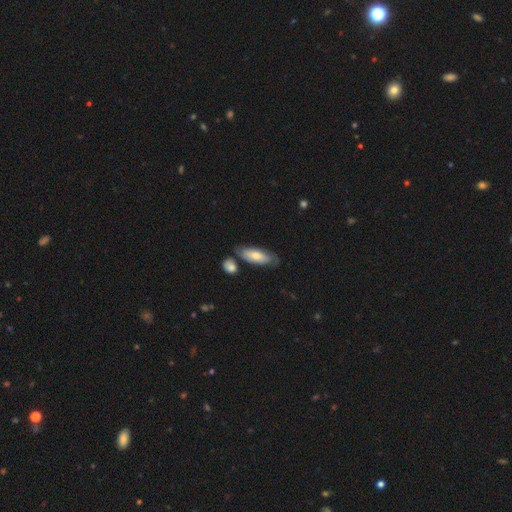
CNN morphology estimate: Smooth or featured? smooth (62%)
How rounded? in between (71%)
Merging? none (64%)